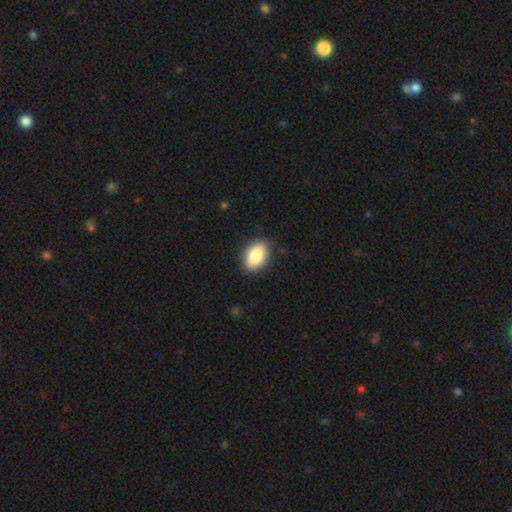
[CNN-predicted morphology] This is clearly a smooth galaxy (88%). How rounded: clearly in between (91%). Merging: clearly none (86%).